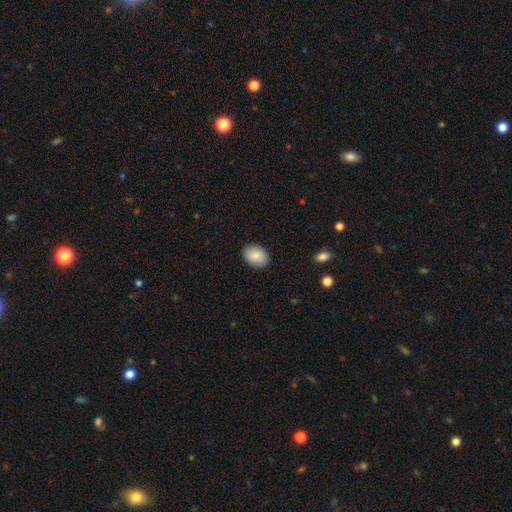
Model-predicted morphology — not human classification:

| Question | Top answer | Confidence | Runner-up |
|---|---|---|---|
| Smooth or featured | smooth | 85% | featured or disk (8%) |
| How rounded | in between | 67% | round (32%) |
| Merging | none | 88% | minor disturbance (9%) |